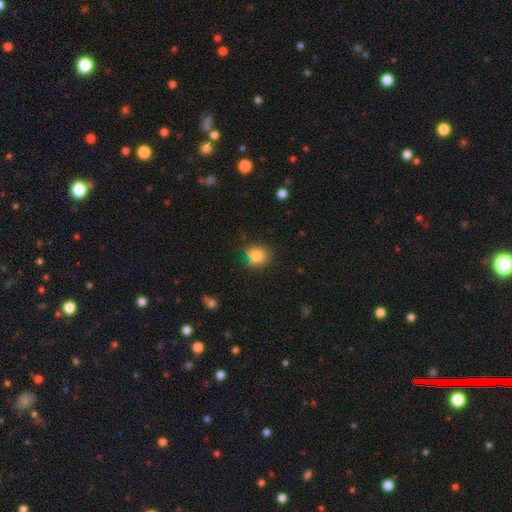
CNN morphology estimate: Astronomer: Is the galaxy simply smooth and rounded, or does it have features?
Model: smooth — 81%.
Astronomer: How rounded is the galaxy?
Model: round — 73%.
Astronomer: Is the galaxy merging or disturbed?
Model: none — 68%.